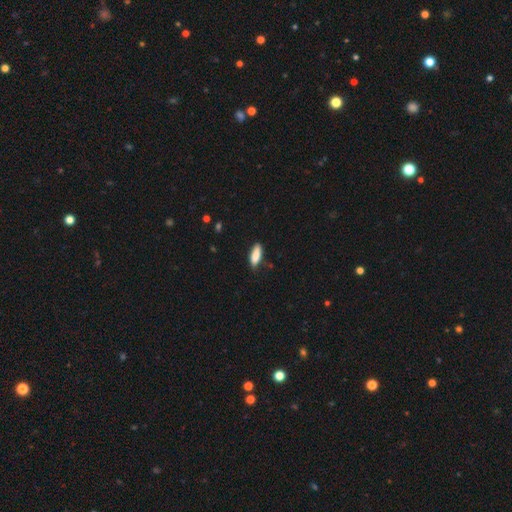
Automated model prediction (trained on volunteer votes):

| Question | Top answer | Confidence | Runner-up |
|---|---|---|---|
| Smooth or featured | smooth | 85% | featured or disk (9%) |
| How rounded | in between | 57% | cigar-shaped (41%) |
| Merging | none | 76% | minor disturbance (19%) |